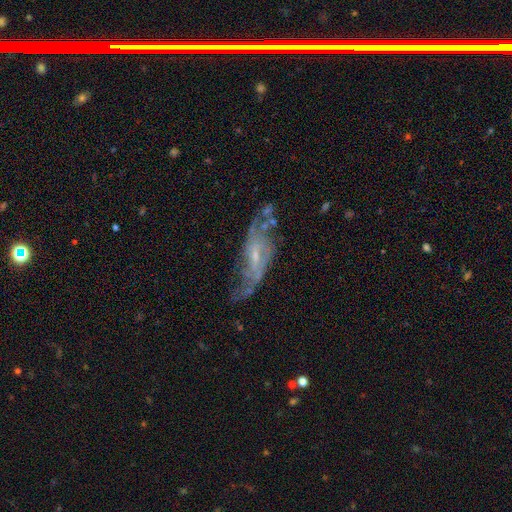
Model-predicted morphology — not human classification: Smooth or featured: featured or disk — 80% (smooth — 12%)
Edge-on disk: no — 86% (yes — 14%)
Bar: weak — 49% (no — 35%)
Spiral arms: yes — 87% (no — 13%)
Spiral winding: loose — 41% (medium — 39%)
Spiral arm count: 2 — 57% (can't tell — 25%)
Bulge size: small — 64% (moderate — 26%)
Merging: none — 56% (minor disturbance — 22%)